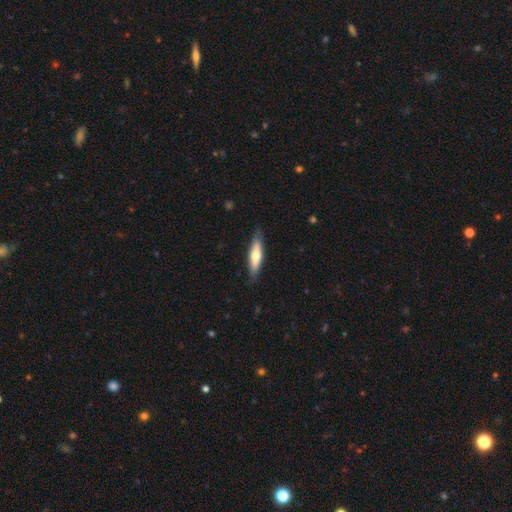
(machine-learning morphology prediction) A smooth galaxy with no disk features (57%) that is cigar-shaped (73%). Merging: none (84%).